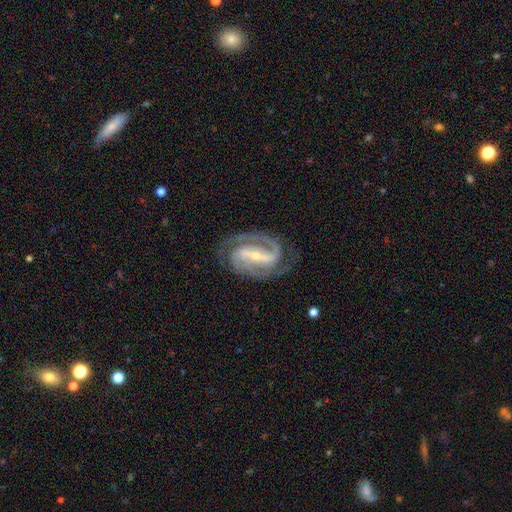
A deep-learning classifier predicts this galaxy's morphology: The model was most divided on "spiral winding": medium: 47%, tight: 44%, loose: 9%. More confident: spiral arms — yes (98%); edge-on disk — no (96%); smooth or featured — featured or disk (92%); spiral arm count — 2 (88%); merging — none (78%); bar — strong (75%); bulge size — small (67%).